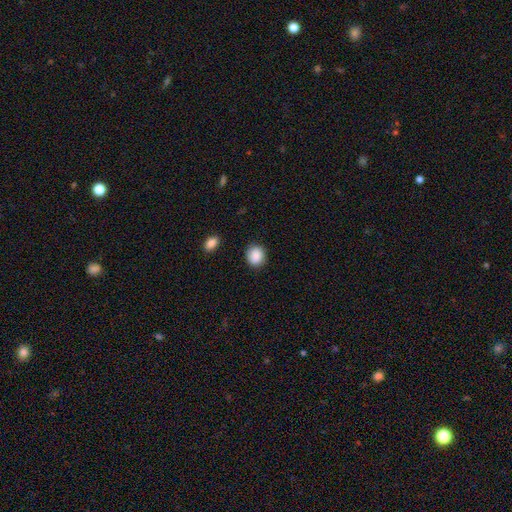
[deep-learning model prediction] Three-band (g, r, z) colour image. It shows a smooth galaxy with no disk features (89%) that is round (76%). Merging: none (87%).